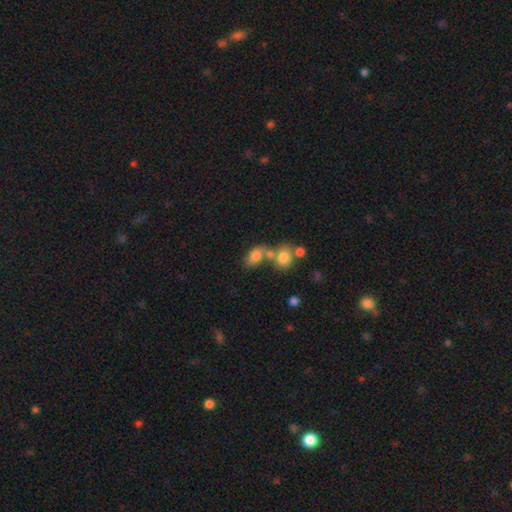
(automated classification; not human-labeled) Smooth or featured: smooth — 77% (featured or disk — 13%)
How rounded: in between — 80% (round — 18%)
Merging: merger — 44% (none — 37%)